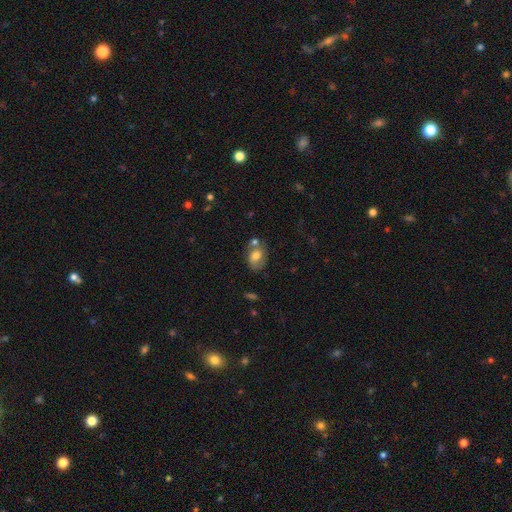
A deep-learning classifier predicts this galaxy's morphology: smooth_or_featured: smooth (p=0.66) [alt: featured or disk p=0.25]
how_rounded: in between (p=0.72) [alt: round p=0.27]
merging: none (p=0.49) [alt: merger p=0.25]